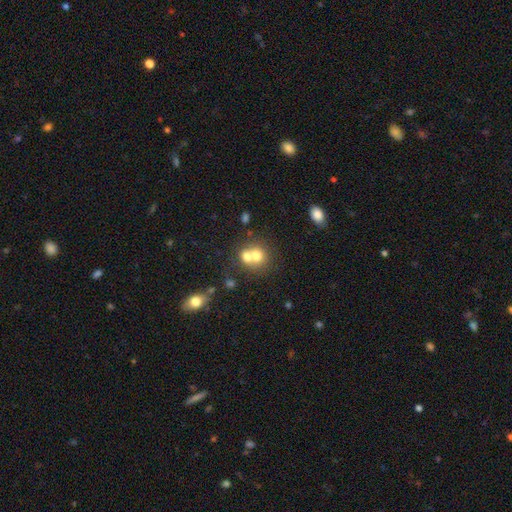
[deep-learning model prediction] Smooth or featured?
  - smooth: 69% *
  - featured or disk: 19%
  - star or artifact: 12%
How rounded?
  - round: 78% *
  - in between: 21%
  - cigar-shaped: 1%
Merging?
  - merger: 61% *
  - none: 31%
  - minor disturbance: 5%
  - major disturbance: 3%